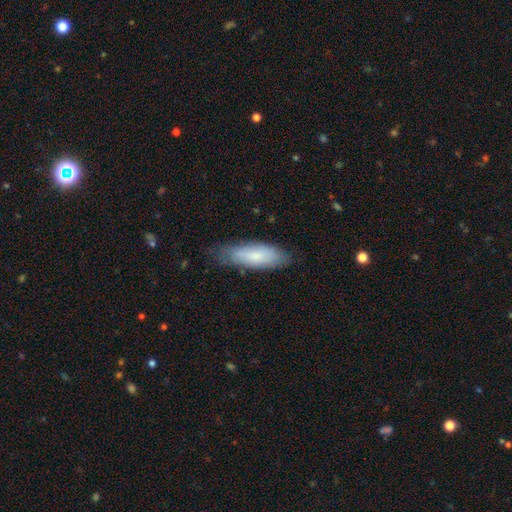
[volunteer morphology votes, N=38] This appears to be a smooth galaxy with no disk features (82%) that is in between round and cigar-shaped (58%). Merging: none (64%).